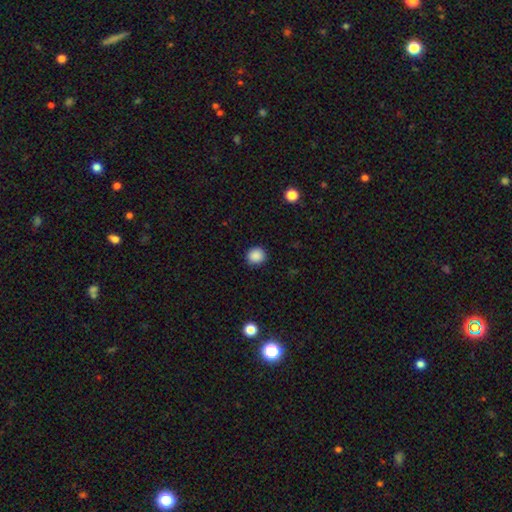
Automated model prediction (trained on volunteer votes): smooth_or_featured: smooth (p=0.87) [alt: star or artifact p=0.10]
how_rounded: round (p=0.87) [alt: in between p=0.12]
merging: none (p=0.88) [alt: minor disturbance p=0.08]